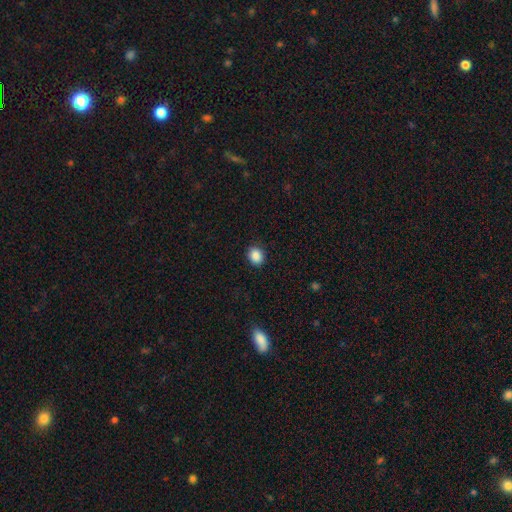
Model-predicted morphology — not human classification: Smooth or featured? smooth (88%)
How rounded? round (65%)
Merging? none (89%)